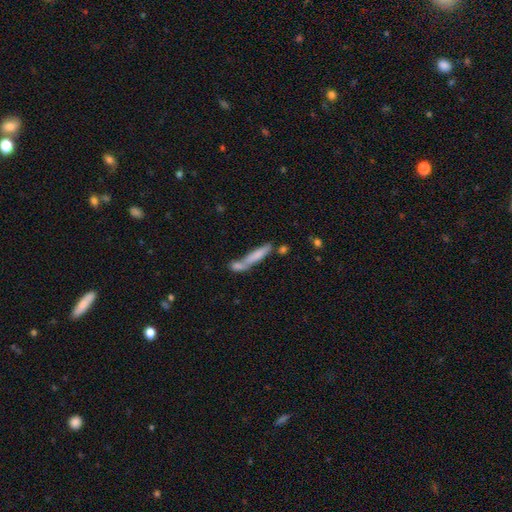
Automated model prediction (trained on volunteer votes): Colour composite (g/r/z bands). It shows a smooth galaxy with no disk features (65%) that is cigar-shaped (89%). Merging: none (40%).